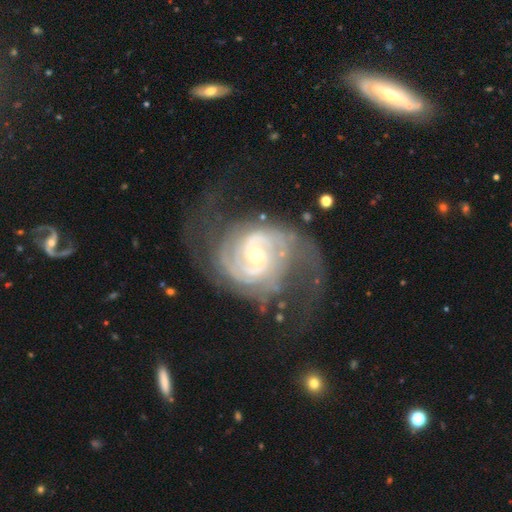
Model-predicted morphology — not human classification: Overall: featured or disk (90%). Edge-on disk: no (97%). Bar: no (61%; weak 30%). Spiral arms: yes (97%). Spiral arm count: 2 (58%). Spiral winding: tight (60%; medium 31%). Bulge size: small (54%; moderate 42%). Merging: none (53%; major disturbance 26%).